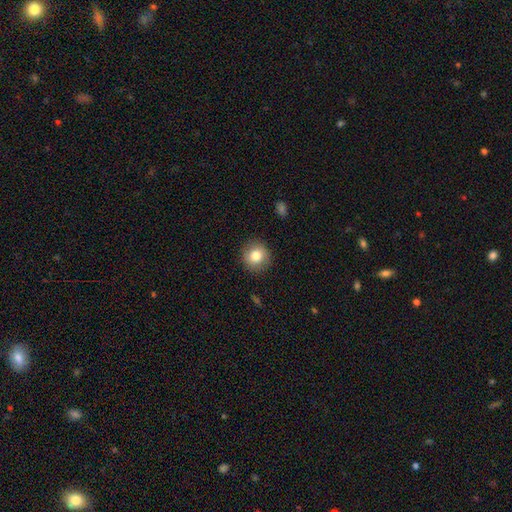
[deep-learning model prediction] A smooth galaxy with no disk features (81%) that is round (91%).

Vote fractions:
- Smooth or featured? smooth: 81% / featured or disk: 10% / star or artifact: 9%
- How rounded? round: 91% / in between: 8% / cigar-shaped: 1%
- Merging? none: 89% / minor disturbance: 7% / major disturbance: 2% / merger: 1%